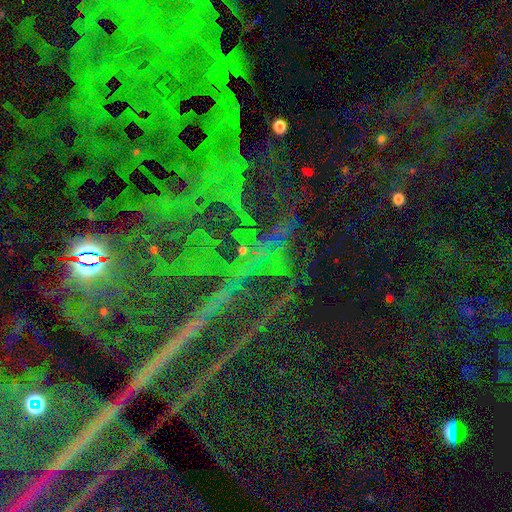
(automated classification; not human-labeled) Morphology: type=star or artifact (85%).